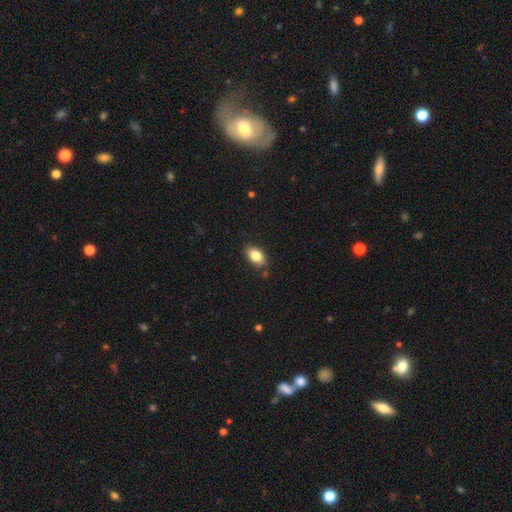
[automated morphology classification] This is clearly a smooth galaxy (84%). How rounded: clearly in between (90%). Merging: clearly none (84%).